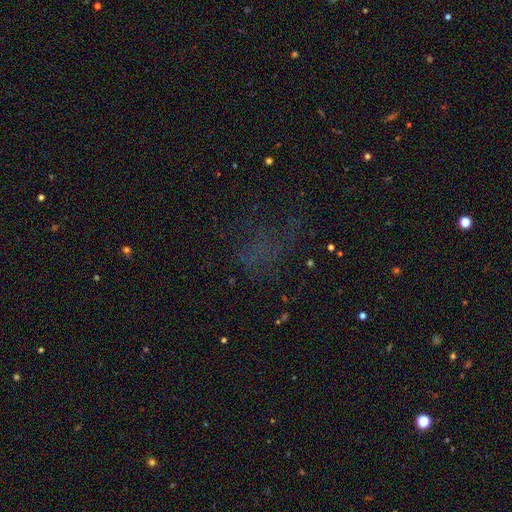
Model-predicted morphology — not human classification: Smooth or featured? Predicted: star or artifact (p=0.47).